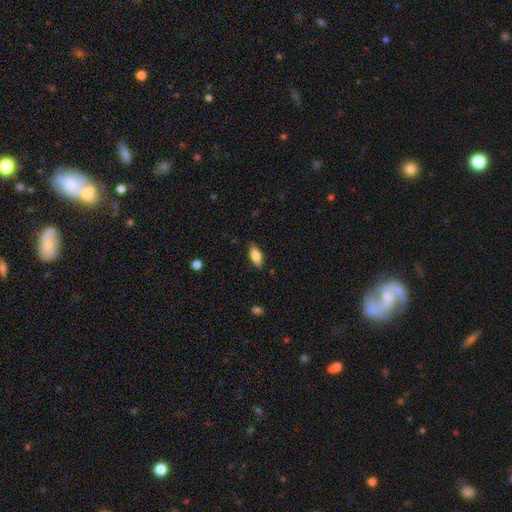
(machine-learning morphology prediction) smooth_or_featured: smooth (p=0.76) [alt: featured or disk p=0.18]
how_rounded: in between (p=0.80) [alt: cigar-shaped p=0.17]
merging: none (p=0.87) [alt: minor disturbance p=0.10]